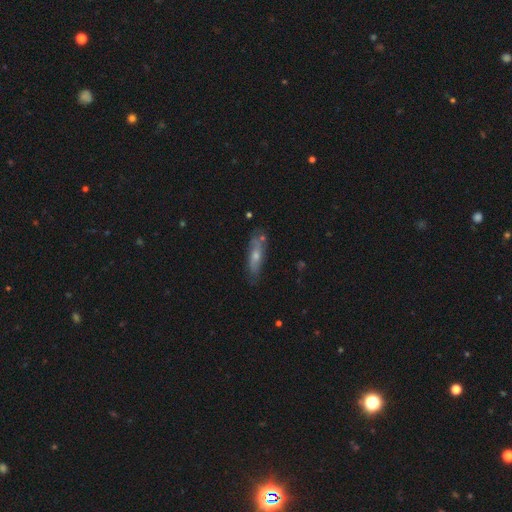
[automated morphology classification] The model was most divided on "smooth or featured": smooth: 53%, featured or disk: 40%, star or artifact: 7%. More confident: merging — none (69%); how rounded — cigar-shaped (62%).